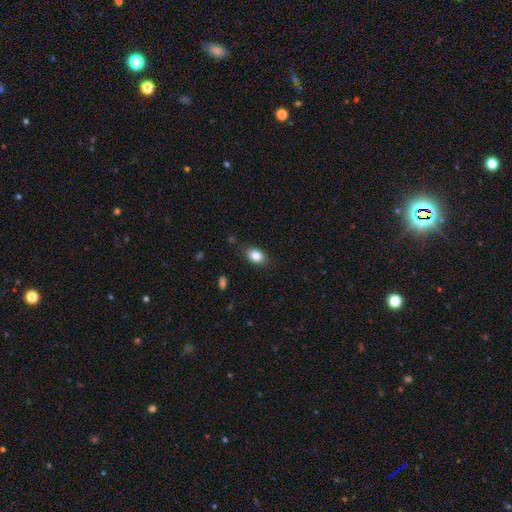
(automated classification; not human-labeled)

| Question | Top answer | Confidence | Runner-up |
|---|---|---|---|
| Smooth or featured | smooth | 84% | star or artifact (9%) |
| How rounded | in between | 84% | round (14%) |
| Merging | none | 84% | minor disturbance (12%) |